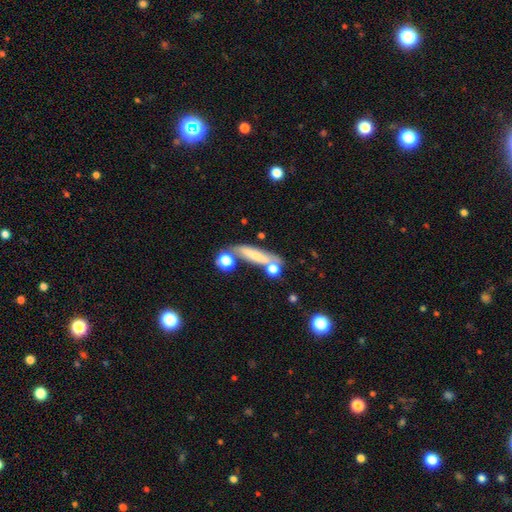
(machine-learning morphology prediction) Smooth or featured: smooth — 62% (featured or disk — 28%)
How rounded: cigar-shaped — 74% (in between — 20%)
Merging: none — 59% (minor disturbance — 17%)